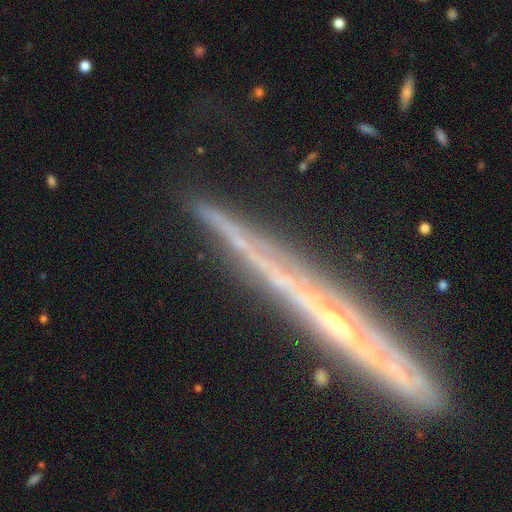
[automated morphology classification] Smooth or featured? featured or disk (60%)
Edge-on disk? yes (87%)
Edge-on bulge? none (52%)
Merging? none (83%)